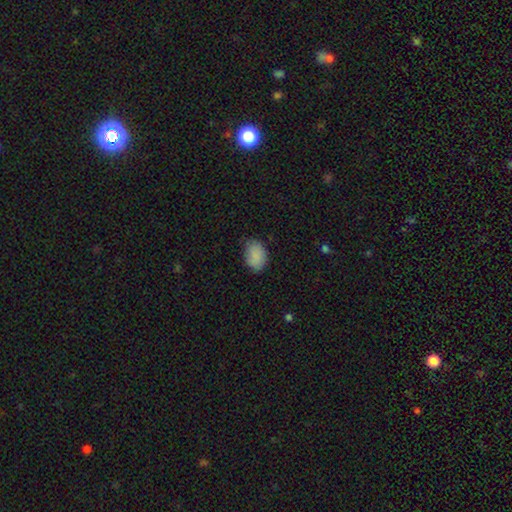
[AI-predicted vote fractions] The model was most divided on "merging": none: 72%, minor disturbance: 23%, major disturbance: 4%, merger: 1%. More confident: smooth or featured — smooth (88%); how rounded — in between (81%).